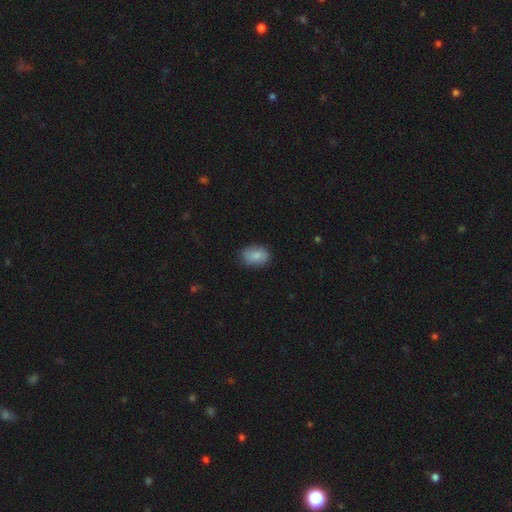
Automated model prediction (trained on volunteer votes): Smooth or featured? smooth (85%)
How rounded? in between (82%)
Merging? none (80%)